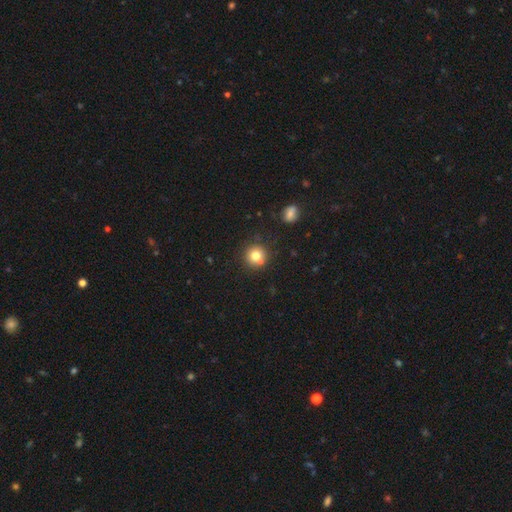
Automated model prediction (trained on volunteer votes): A smooth galaxy with no disk features (78%) that is round (92%). Merging: none (76%).